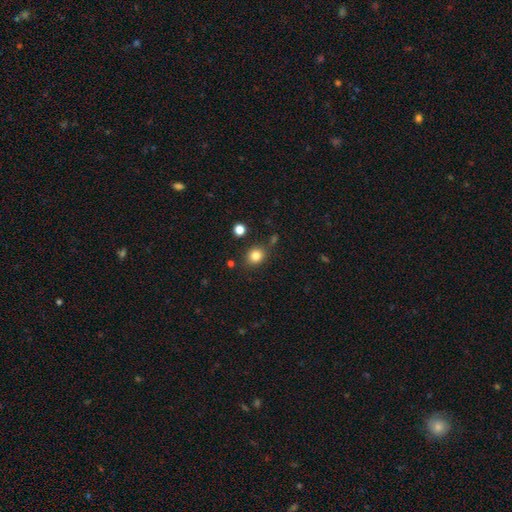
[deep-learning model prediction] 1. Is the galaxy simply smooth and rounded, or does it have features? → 83% smooth, 12% star or artifact, 6% featured or disk.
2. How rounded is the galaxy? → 75% round, 24% in between, 1% cigar-shaped.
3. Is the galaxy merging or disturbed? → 81% none, 11% minor disturbance, 5% merger, 3% major disturbance.